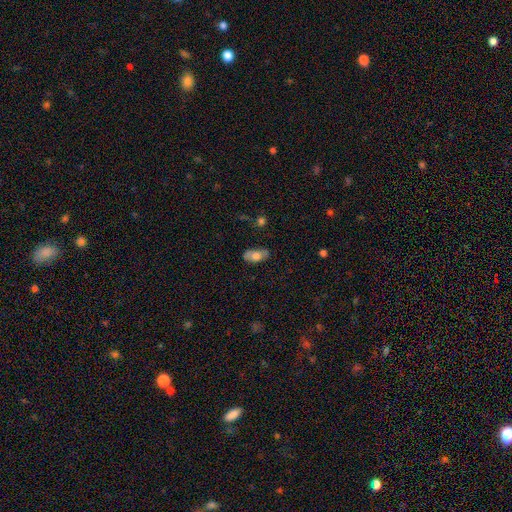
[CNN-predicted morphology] smooth 64%, featured or disk 29%, star or artifact 7%. Down the decision tree: how rounded — in between (90%); merging — none (73%).